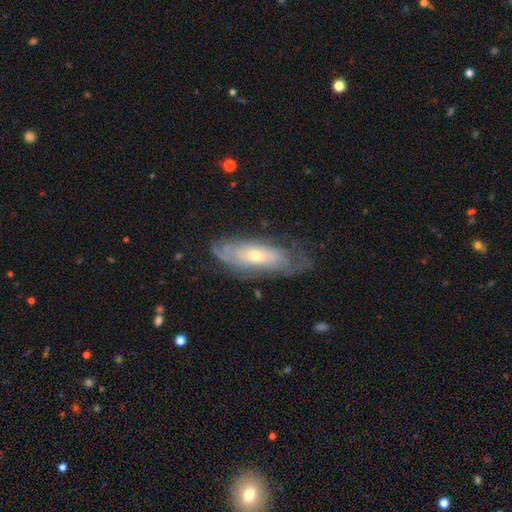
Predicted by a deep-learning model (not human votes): Overall: featured or disk (68%). Edge-on disk: no (81%). Bar: no (75%). Spiral arms: yes (76%). Bulge size: small (50%; moderate 45%). Merging: none (62%; minor disturbance 25%).